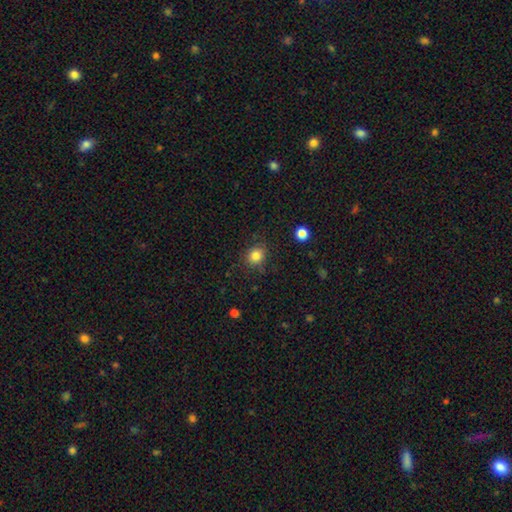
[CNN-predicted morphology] smooth-or-featured: smooth: 83% | star or artifact: 11% | featured or disk: 6%
  how-rounded: round: 76% | in between: 23% | cigar-shaped: 1%
  merging: none: 82% | minor disturbance: 12% | major disturbance: 4% | merger: 2%